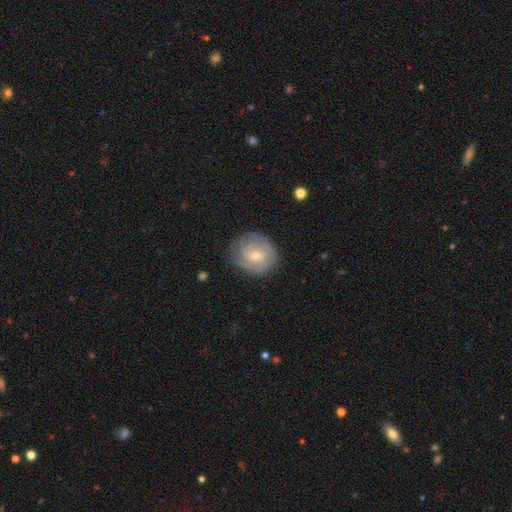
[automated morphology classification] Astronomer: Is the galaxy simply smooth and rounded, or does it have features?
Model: featured or disk — 69%.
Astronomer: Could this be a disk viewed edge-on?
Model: no — 97%.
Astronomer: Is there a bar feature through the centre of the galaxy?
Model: no — 64%.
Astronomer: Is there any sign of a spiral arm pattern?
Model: yes — 86%.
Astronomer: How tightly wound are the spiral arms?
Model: tight — 66%.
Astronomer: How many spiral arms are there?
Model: can't tell — 42% (runner-up: 2, 26%).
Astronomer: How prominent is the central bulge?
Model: small — 58% (runner-up: moderate, 39%).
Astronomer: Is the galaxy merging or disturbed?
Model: none — 77%.